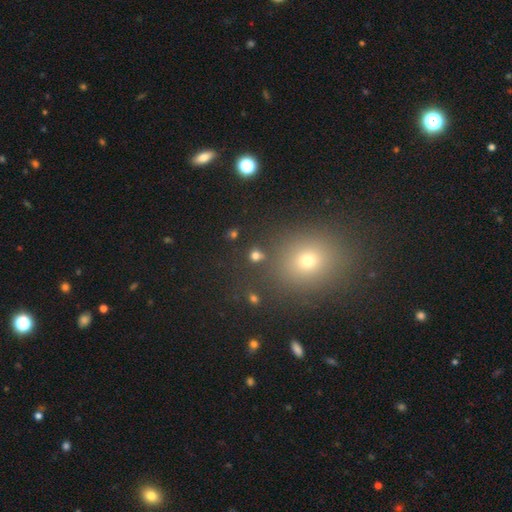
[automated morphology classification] Smooth or featured? Predicted: smooth (p=0.73). How rounded? Predicted: round (p=0.81). Merging? Predicted: none (p=0.80).